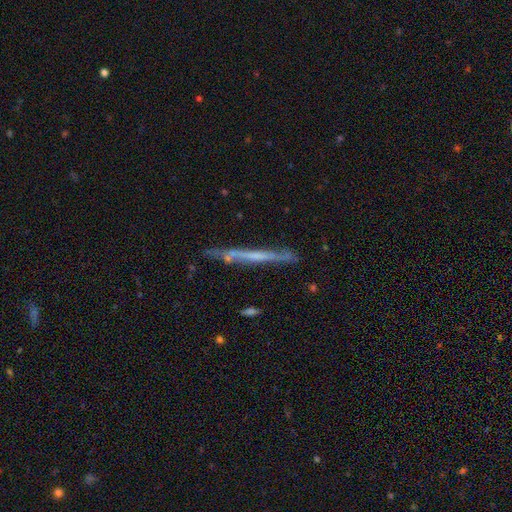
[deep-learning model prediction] featured or disk 62%, smooth 32%, star or artifact 6%. Down the decision tree: edge-on disk — yes (93%); edge-on bulge — none (78%); merging — none (76%).